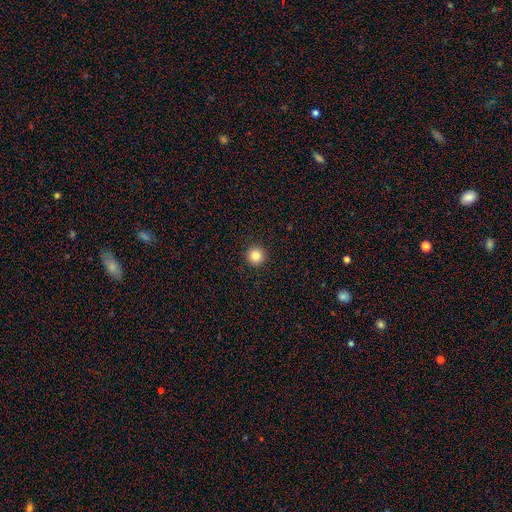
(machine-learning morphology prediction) Smooth or featured? smooth (83%)
How rounded? round (96%)
Merging? none (94%)